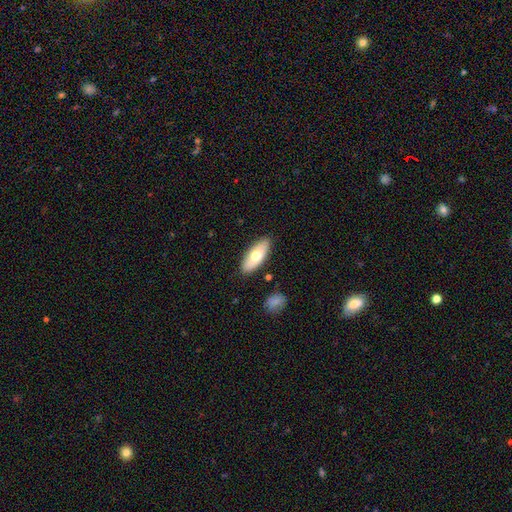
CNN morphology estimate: A smooth galaxy with no disk features (65%) that is in between round and cigar-shaped (82%). Merging: none (85%).